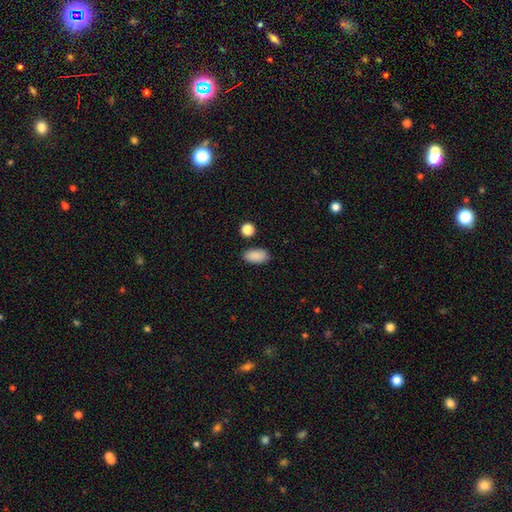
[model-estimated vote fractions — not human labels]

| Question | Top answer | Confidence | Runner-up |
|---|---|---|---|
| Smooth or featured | smooth | 89% | star or artifact (7%) |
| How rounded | in between | 93% | round (4%) |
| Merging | none | 86% | minor disturbance (9%) |